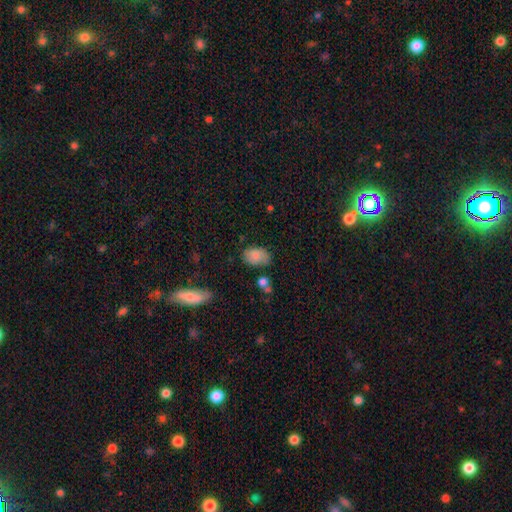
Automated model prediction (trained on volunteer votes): smooth 81%, featured or disk 11%, star or artifact 8%. Down the decision tree: how rounded — in between (85%); merging — none (68%).